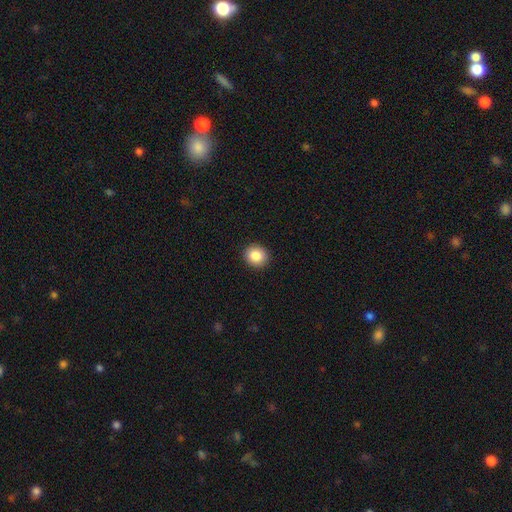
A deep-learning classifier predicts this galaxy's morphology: Q: Smooth or featured?
A: smooth (87%); runner-up: star or artifact (9%)
Q: How rounded?
A: round (80%); runner-up: in between (19%)
Q: Merging?
A: none (92%); runner-up: minor disturbance (6%)